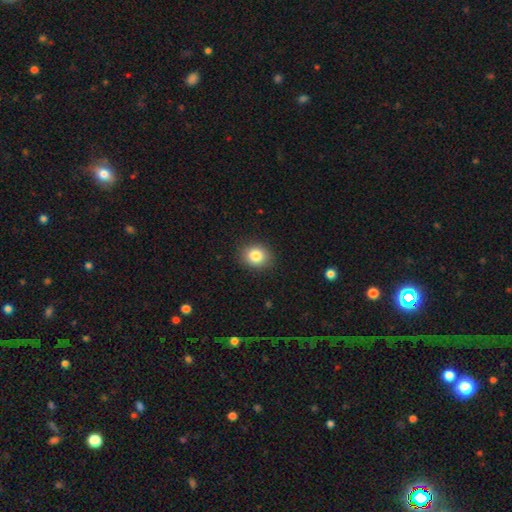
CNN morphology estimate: smooth 84%, star or artifact 10%, featured or disk 6%. Down the decision tree: how rounded — round (63%); merging — none (89%).